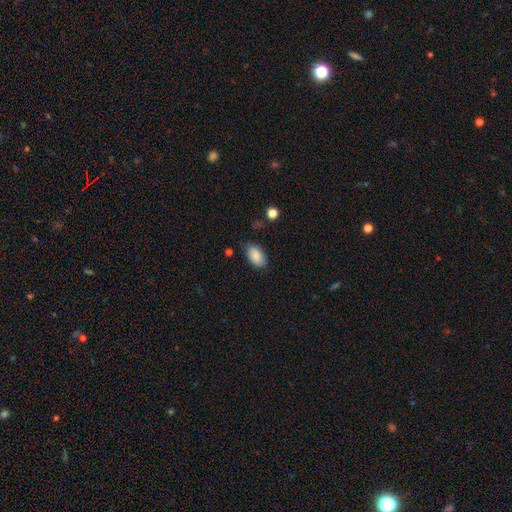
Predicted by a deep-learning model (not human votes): Smooth or featured: smooth — 88% (star or artifact — 7%)
How rounded: in between — 93% (round — 5%)
Merging: none — 77% (minor disturbance — 17%)